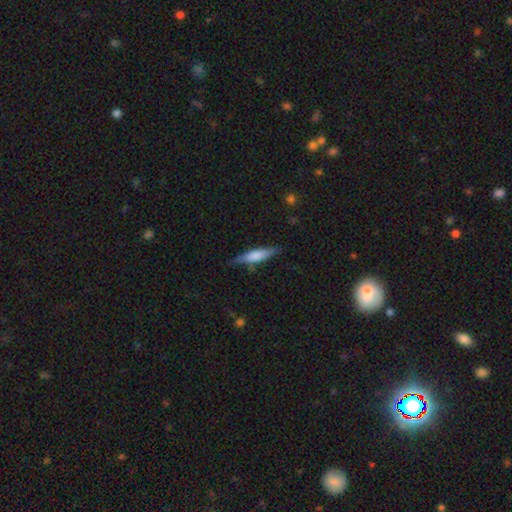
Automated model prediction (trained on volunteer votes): Smooth or featured: smooth — 61% (featured or disk — 33%)
How rounded: cigar-shaped — 75% (in between — 23%)
Merging: none — 78% (minor disturbance — 16%)